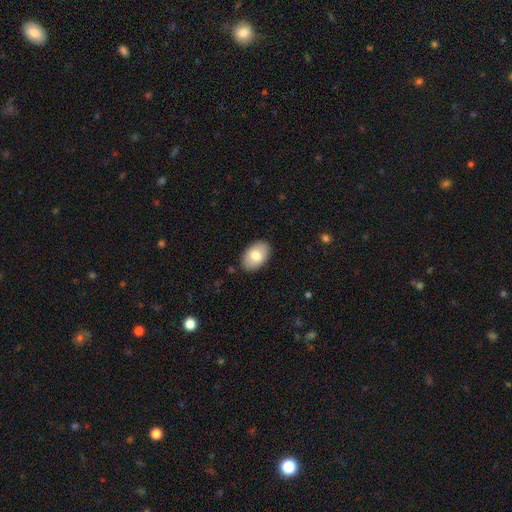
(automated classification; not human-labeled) Q: Smooth or featured?
A: smooth (76%); runner-up: featured or disk (17%)
Q: How rounded?
A: in between (91%); runner-up: round (8%)
Q: Merging?
A: none (88%); runner-up: minor disturbance (9%)